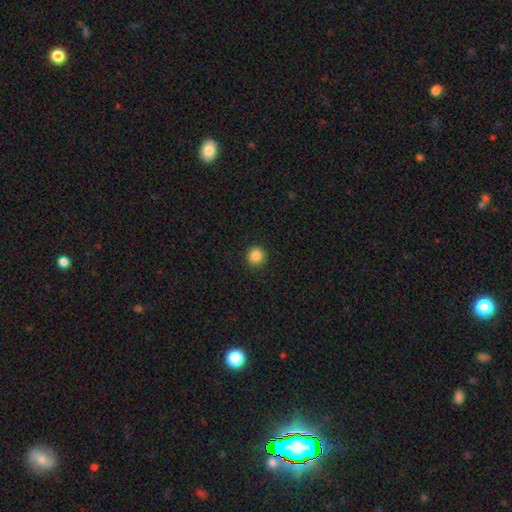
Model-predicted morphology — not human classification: type=smooth (87%); roundness=round (93%); merging=none (92%).